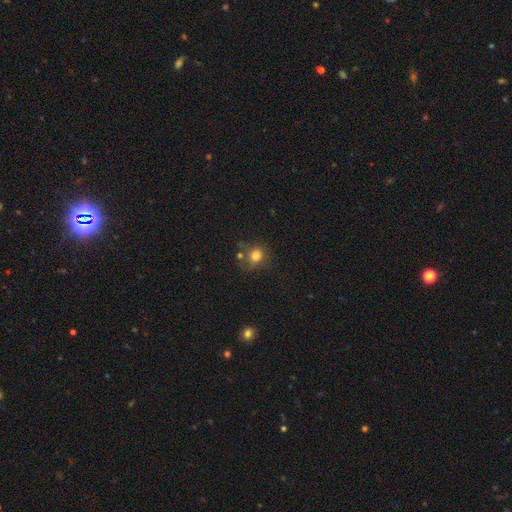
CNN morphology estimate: This is likely a smooth galaxy (79%). How rounded: likely round (69%). Merging: possibly none (59%).